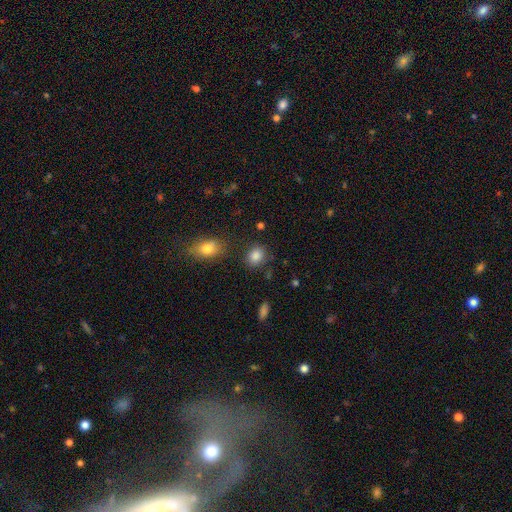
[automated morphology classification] Smooth or featured? Predicted: smooth (p=0.85). How rounded? Predicted: round (p=0.54). Merging? Predicted: none (p=0.81).